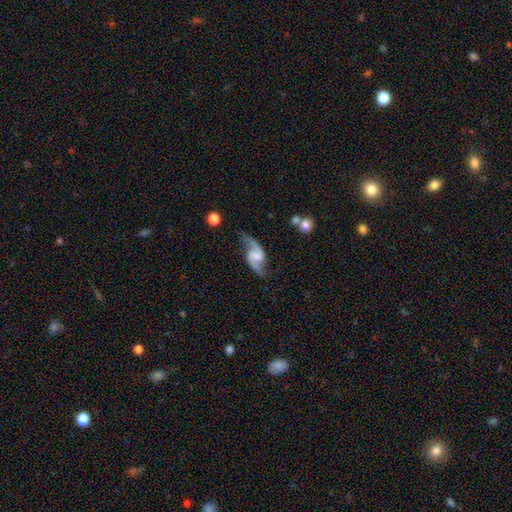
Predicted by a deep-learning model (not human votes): A featured or disk galaxy (90%) with a weak bar (47%), 2 (94%) loose (67%) spiral arms (97%) and a small central bulge (34%).

Vote fractions:
- Smooth or featured? featured or disk: 90% / smooth: 6% / star or artifact: 5%
- Edge-on disk? no: 97% / yes: 3%
- Bar? weak: 47% / no: 38% / strong: 15%
- Spiral arms? yes: 97% / no: 3%
- Spiral winding? loose: 67% / medium: 28% / tight: 5%
- Spiral arm count? 2: 94% / can't tell: 2% / 1: 2% / 3: 1% / 4: 1% / more than 4: 1%
- Bulge size? small: 34% / none: 30% / moderate: 28% / large: 6% / dominant: 2%
- Merging? none: 74% / minor disturbance: 16% / major disturbance: 7% / merger: 3%